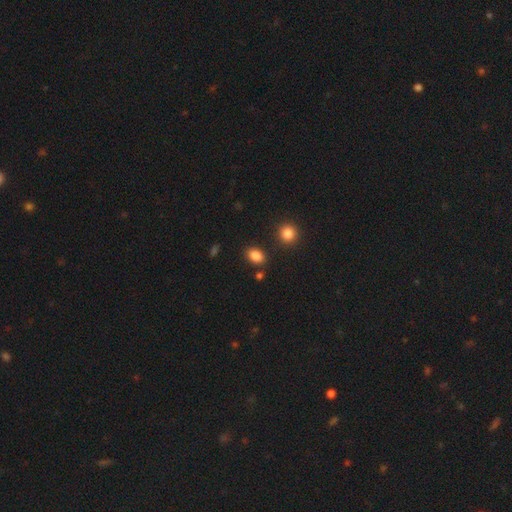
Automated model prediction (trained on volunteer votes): A smooth galaxy with no disk features (86%) that is in between round and cigar-shaped (80%).

Vote fractions:
- Smooth or featured? smooth: 86% / star or artifact: 10% / featured or disk: 4%
- How rounded? in between: 80% / round: 19% / cigar-shaped: 1%
- Merging? none: 84% / minor disturbance: 9% / merger: 4% / major disturbance: 3%